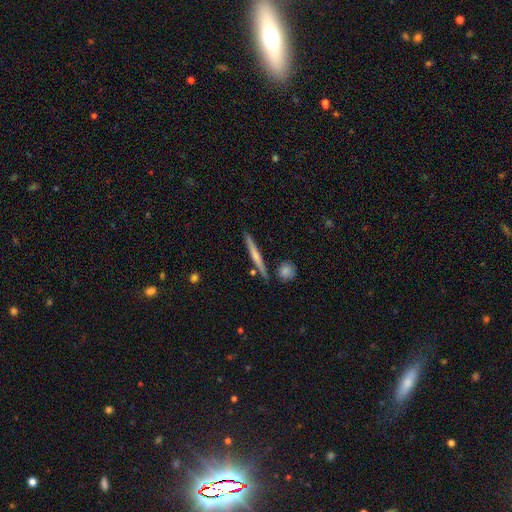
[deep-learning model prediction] Smooth or featured? Predicted: smooth (p=0.48). Merging? Predicted: none (p=0.86).